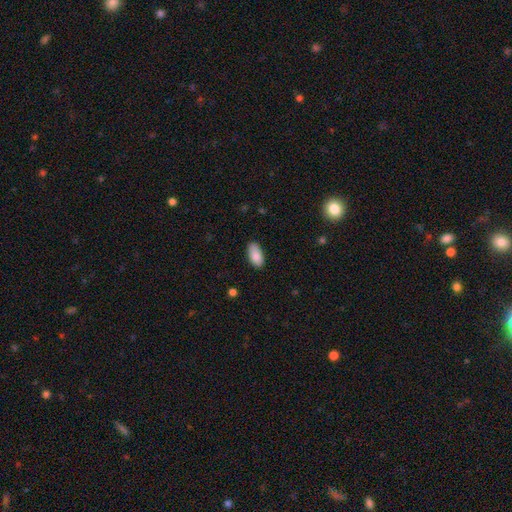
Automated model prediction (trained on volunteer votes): Overall: smooth (88%). How rounded: in between (92%). Merging: none (83%).